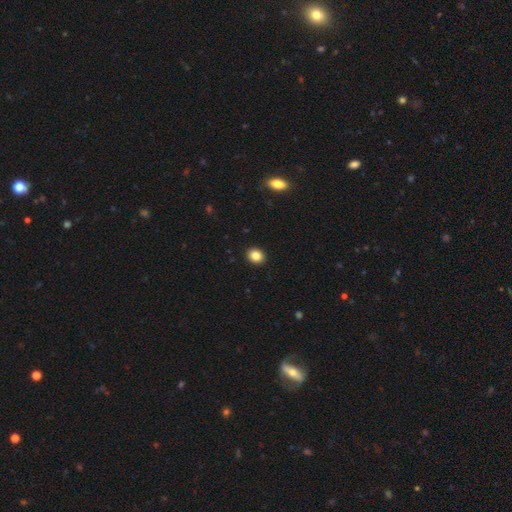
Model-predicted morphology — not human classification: Smooth or featured? smooth (85%)
How rounded? round (66%)
Merging? none (92%)